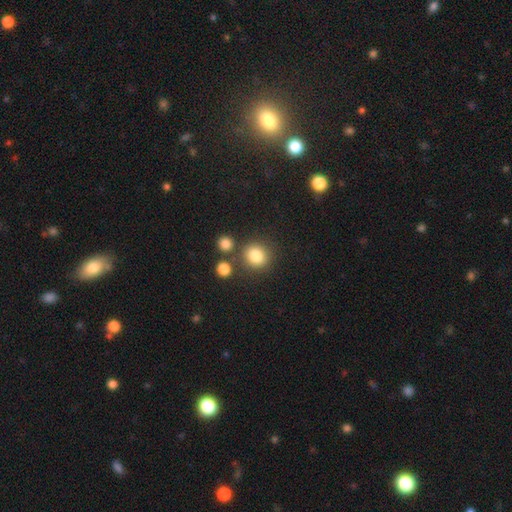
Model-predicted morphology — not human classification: Overall: smooth (83%). How rounded: round (85%). Merging: none (76%).